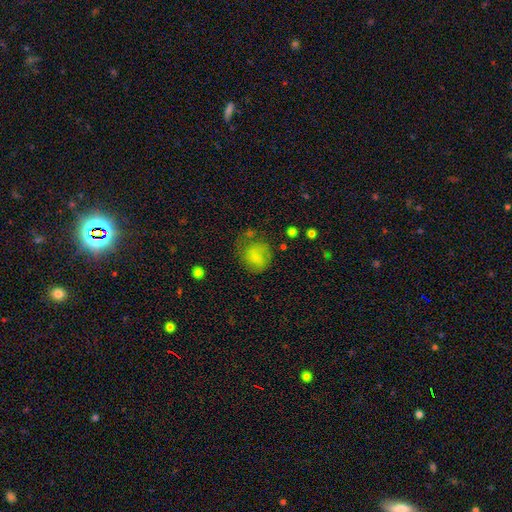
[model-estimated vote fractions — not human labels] A smooth galaxy with no disk features (65%) that is round (66%). Merging: none (46%).